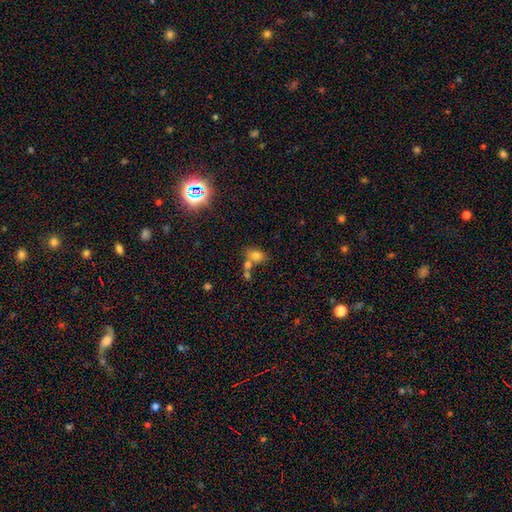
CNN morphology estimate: This appears to be a smooth galaxy with no disk features (75%) that is in between round and cigar-shaped (80%). Merging: none (42%).